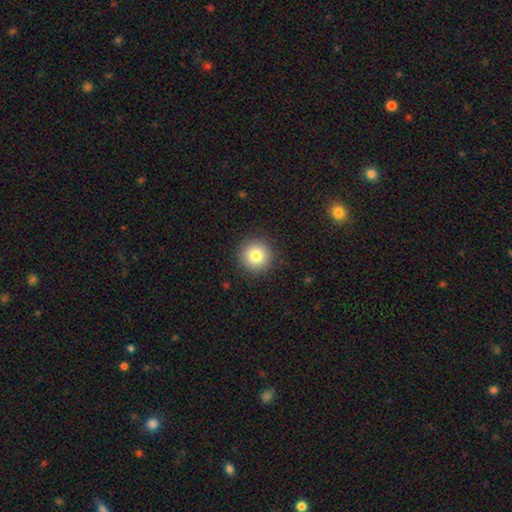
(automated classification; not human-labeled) smooth 82%, star or artifact 10%, featured or disk 8%. Down the decision tree: how rounded — round (95%); merging — none (91%).